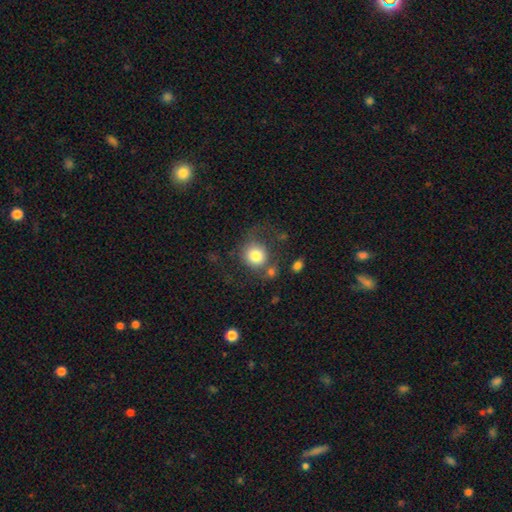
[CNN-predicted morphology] This appears to be a smooth galaxy with no disk features (78%) that is round (85%). Merging: none (55%).